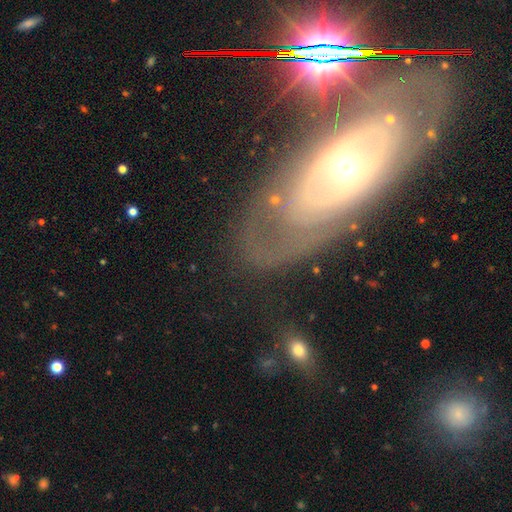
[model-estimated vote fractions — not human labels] Q: Smooth or featured?
A: featured or disk (69%); runner-up: smooth (20%)
Q: Edge-on disk?
A: no (86%); runner-up: yes (14%)
Q: Bar?
A: no (77%); runner-up: weak (16%)
Q: Spiral arms?
A: yes (55%); runner-up: no (45%)
Q: Bulge size?
A: moderate (58%); runner-up: small (33%)
Q: Merging?
A: none (69%); runner-up: minor disturbance (16%)